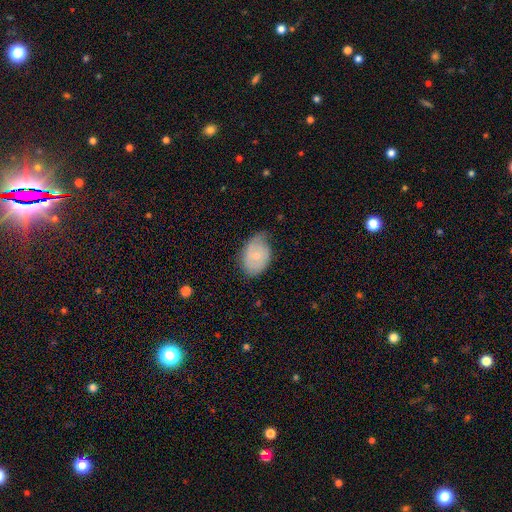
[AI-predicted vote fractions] Smooth or featured? Predicted: smooth (p=0.58). How rounded? Predicted: in between (p=0.79). Merging? Predicted: none (p=0.49).